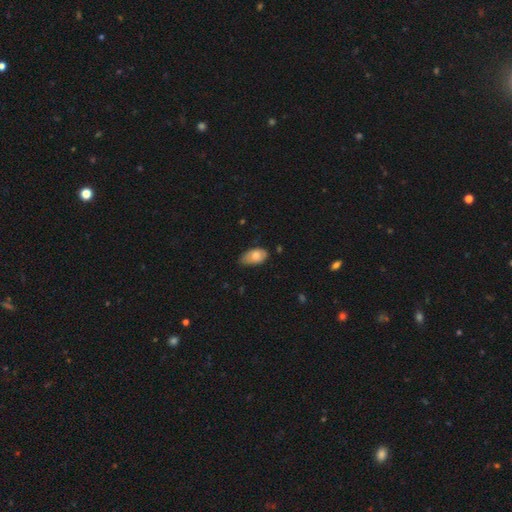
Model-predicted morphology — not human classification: A smooth galaxy with no disk features (77%) that is in between round and cigar-shaped (92%).

Vote fractions:
- Smooth or featured? smooth: 77% / featured or disk: 16% / star or artifact: 7%
- How rounded? in between: 92% / round: 6% / cigar-shaped: 2%
- Merging? none: 53% / minor disturbance: 38% / major disturbance: 7% / merger: 2%